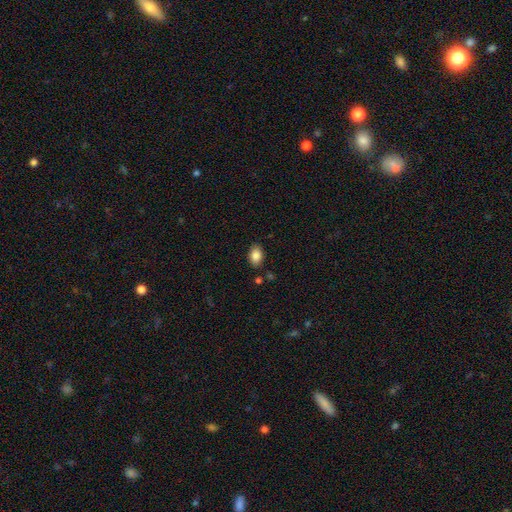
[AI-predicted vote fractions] This is clearly a smooth galaxy (86%). How rounded: clearly in between (84%). Merging: clearly none (84%).